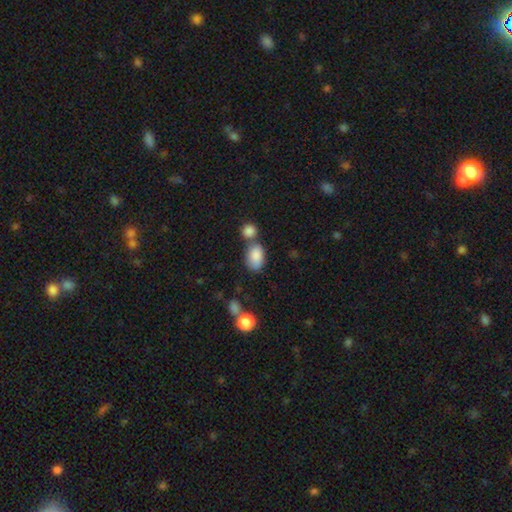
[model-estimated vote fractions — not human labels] smooth_or_featured: smooth (p=0.85) [alt: star or artifact p=0.08]
how_rounded: in between (p=0.87) [alt: round p=0.11]
merging: none (p=0.46) [alt: merger p=0.32]